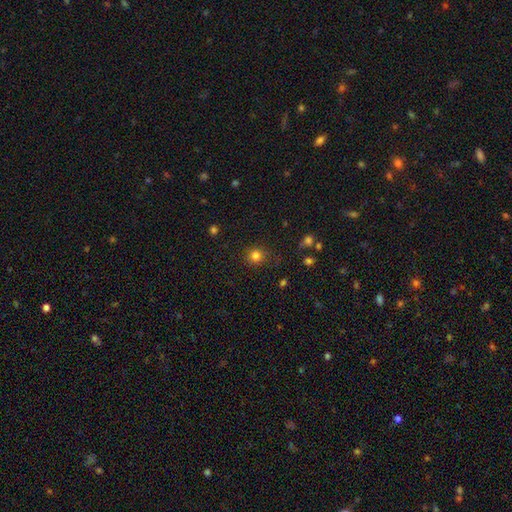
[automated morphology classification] smooth-or-featured: smooth: 82% | star or artifact: 13% | featured or disk: 5%
  how-rounded: round: 89% | in between: 10% | cigar-shaped: 1%
  merging: none: 85% | minor disturbance: 10% | major disturbance: 3% | merger: 2%